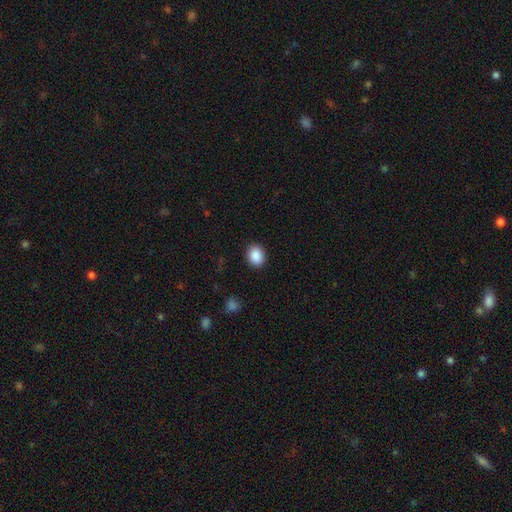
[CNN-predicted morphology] A smooth galaxy with no disk features (89%) that is round (50%, tied with in between).

Vote fractions:
- Smooth or featured? smooth: 89% / star or artifact: 8% / featured or disk: 3%
- How rounded? round: 50% (tied) / in between: 50% (tied) / cigar-shaped: 1%
- Merging? none: 90% / minor disturbance: 7% / major disturbance: 2% / merger: 1%